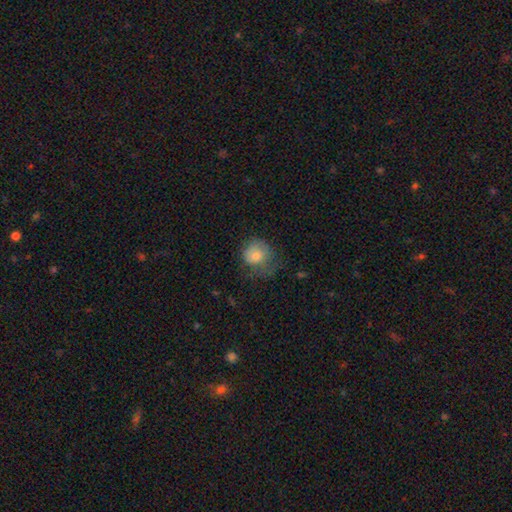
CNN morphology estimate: type=smooth (75%); roundness=round (78%); merging=none (43%).